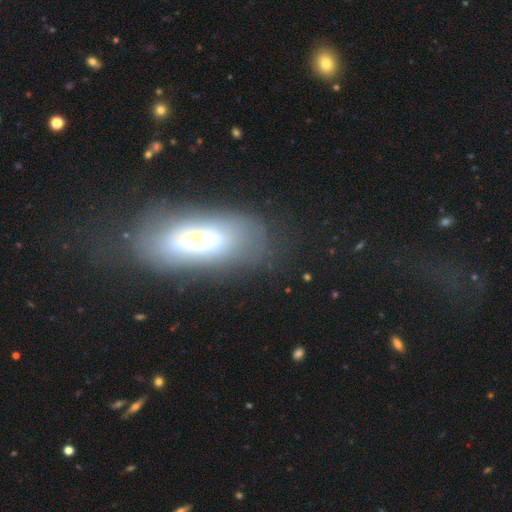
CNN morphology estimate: Smooth or featured? smooth (47%)
Merging? none (61%)